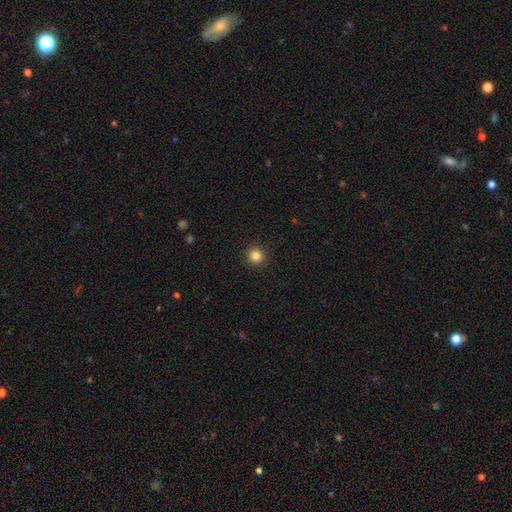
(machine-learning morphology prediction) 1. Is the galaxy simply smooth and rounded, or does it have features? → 85% smooth, 12% star or artifact, 4% featured or disk.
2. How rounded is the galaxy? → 94% round, 5% in between, 1% cigar-shaped.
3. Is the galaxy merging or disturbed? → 93% none, 4% minor disturbance, 2% major disturbance, 1% merger.